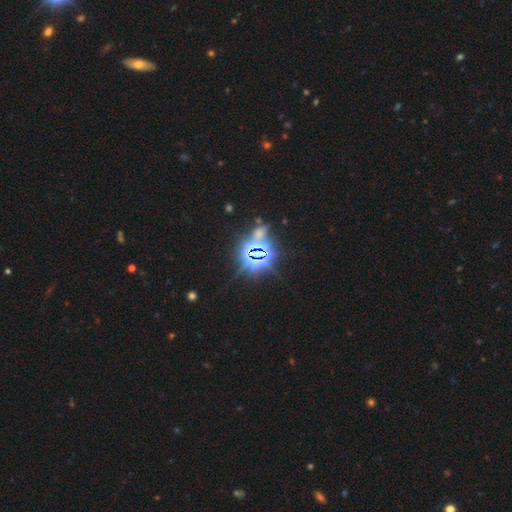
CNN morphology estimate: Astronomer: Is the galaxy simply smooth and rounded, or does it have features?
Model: star or artifact — 83%.